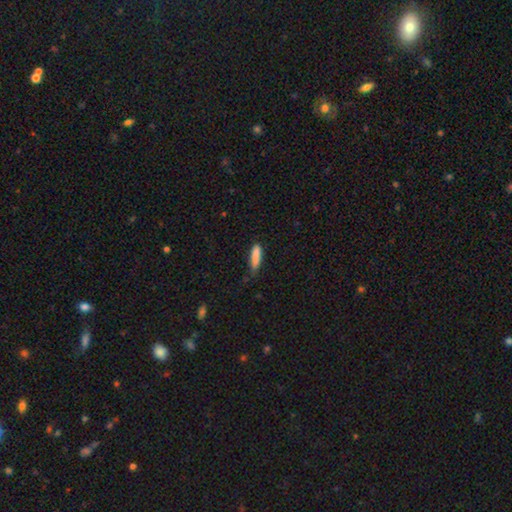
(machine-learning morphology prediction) Overall: smooth (86%). How rounded: cigar-shaped (72%). Merging: none (67%).